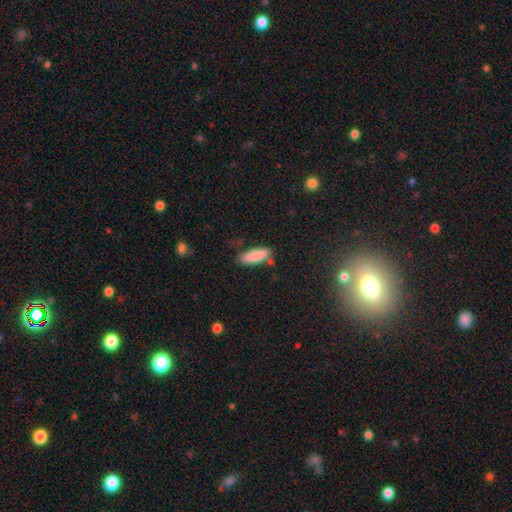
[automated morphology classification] This is clearly a smooth galaxy (87%). How rounded: likely in between (61%). Merging: likely none (69%).